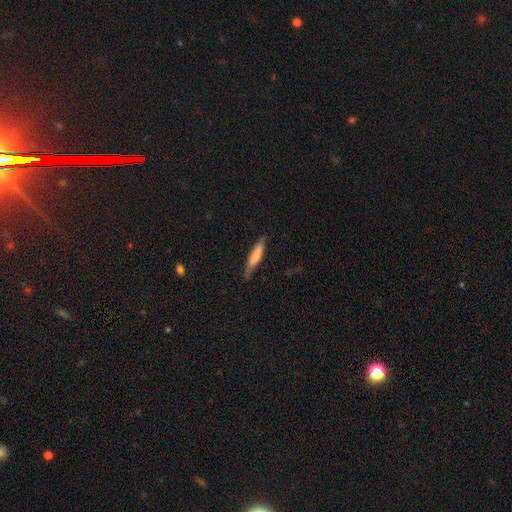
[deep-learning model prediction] Overall: smooth (68%). How rounded: cigar-shaped (85%). Merging: none (67%).